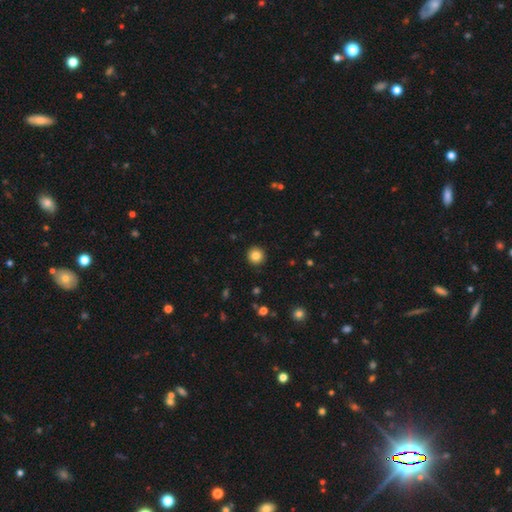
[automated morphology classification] This is clearly a smooth galaxy (84%). How rounded: clearly round (95%). Merging: clearly none (93%).